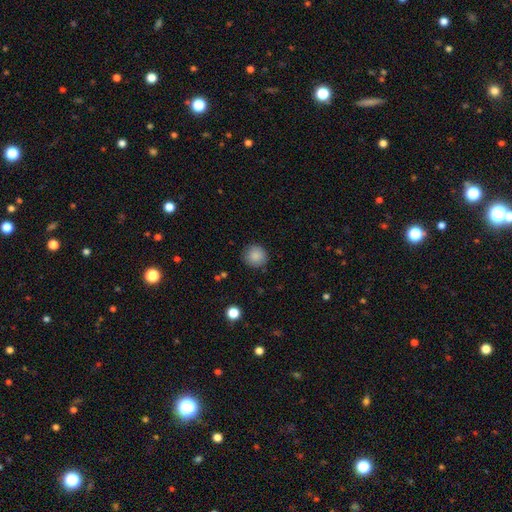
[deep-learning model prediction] This is clearly a smooth galaxy (87%). How rounded: clearly round (92%). Merging: clearly none (88%).